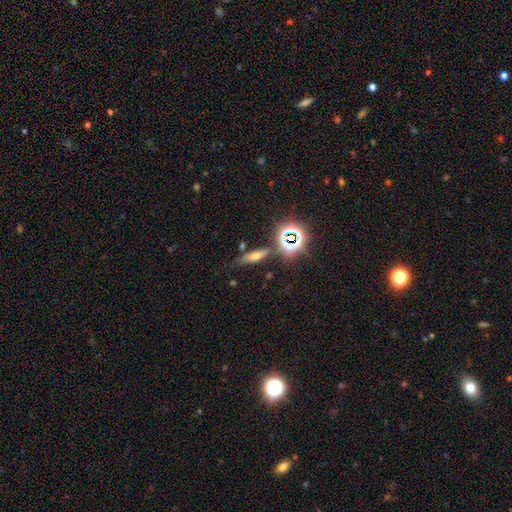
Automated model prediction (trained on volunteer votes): smooth-or-featured: smooth: 41% | star or artifact: 32% | featured or disk: 28%
  merging: none: 74% | minor disturbance: 14% | merger: 7% | major disturbance: 5%